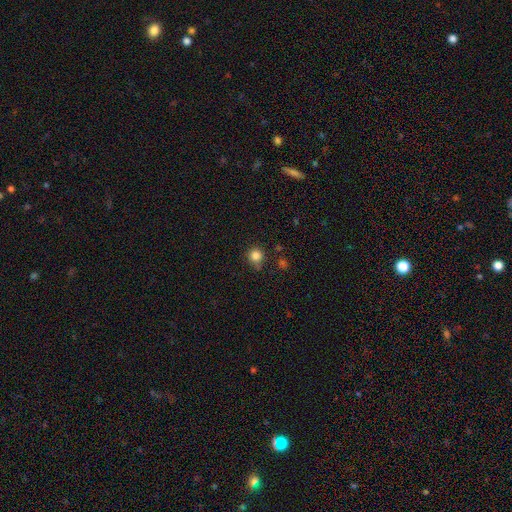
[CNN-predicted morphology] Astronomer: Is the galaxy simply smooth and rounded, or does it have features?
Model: smooth — 83%.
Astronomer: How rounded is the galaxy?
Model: round — 92%.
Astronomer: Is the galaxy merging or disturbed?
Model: none — 77%.